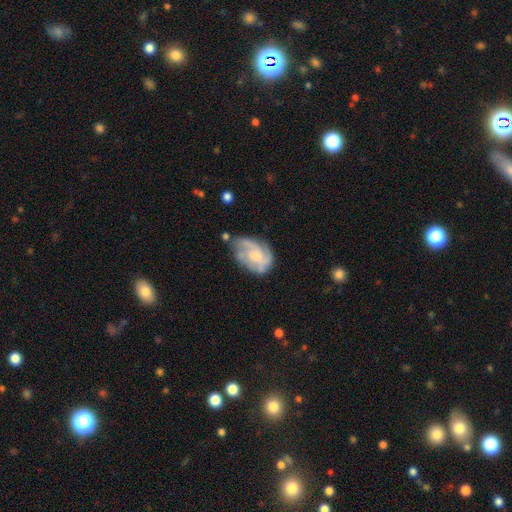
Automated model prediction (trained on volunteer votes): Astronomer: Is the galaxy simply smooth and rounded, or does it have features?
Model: featured or disk — 76%.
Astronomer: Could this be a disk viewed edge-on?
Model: no — 97%.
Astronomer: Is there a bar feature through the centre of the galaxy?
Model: no — 63%.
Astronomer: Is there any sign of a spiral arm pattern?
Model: yes — 91%.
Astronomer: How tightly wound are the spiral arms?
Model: medium — 44% (runner-up: tight, 37%).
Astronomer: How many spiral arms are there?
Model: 3 — 39% (runner-up: can't tell, 22%).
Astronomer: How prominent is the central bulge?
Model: small — 45% (runner-up: moderate, 40%).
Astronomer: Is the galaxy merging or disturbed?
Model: none — 59%.